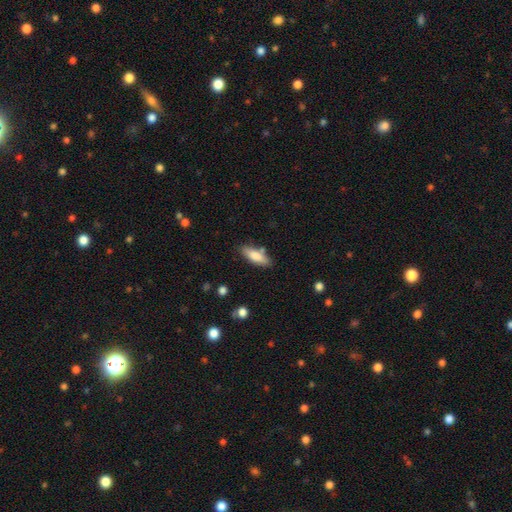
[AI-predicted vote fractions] smooth 80%, featured or disk 13%, star or artifact 6%. Down the decision tree: how rounded — in between (60%); merging — none (78%).